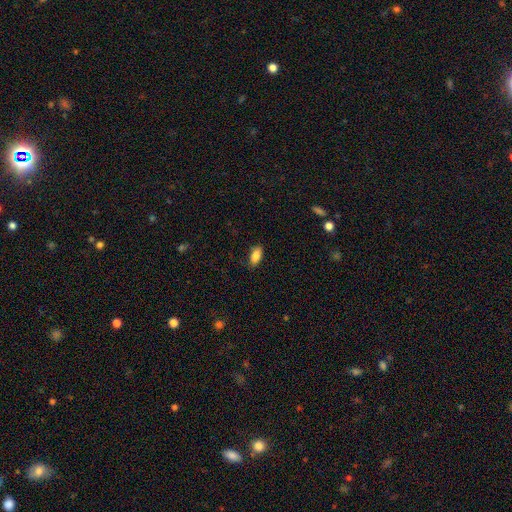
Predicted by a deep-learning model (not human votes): Smooth or featured: smooth — 87% (star or artifact — 7%)
How rounded: in between — 90% (cigar-shaped — 7%)
Merging: none — 84% (minor disturbance — 12%)